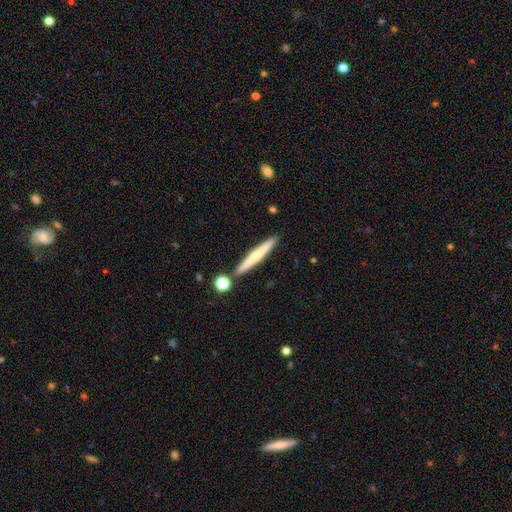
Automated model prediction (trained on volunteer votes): smooth 49%, featured or disk 45%, star or artifact 6%. Down the decision tree: merging — none (86%).